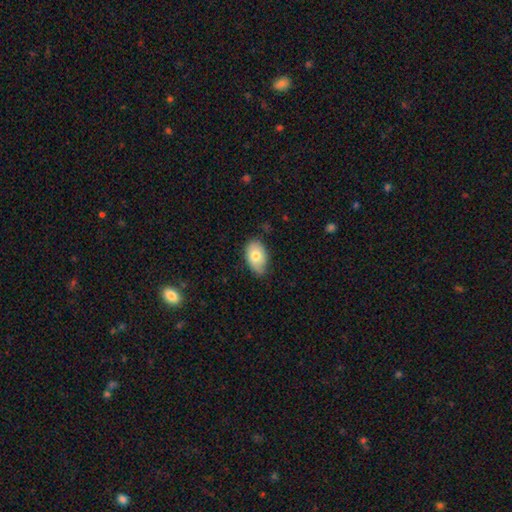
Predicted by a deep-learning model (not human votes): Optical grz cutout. It shows a smooth galaxy with no disk features (77%) that is in between round and cigar-shaped (91%). Merging: none (66%).